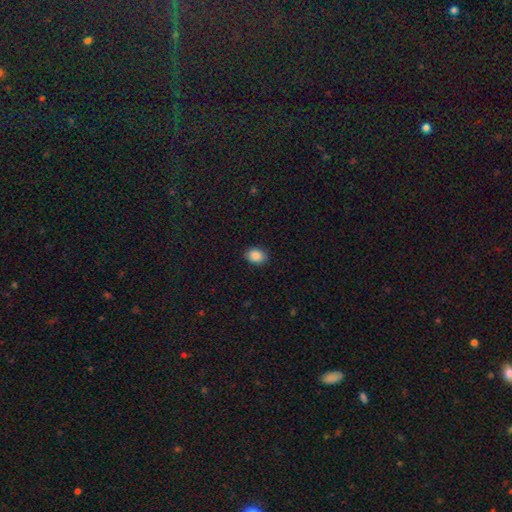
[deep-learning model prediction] smooth-or-featured: smooth: 88% | star or artifact: 8% | featured or disk: 4%
  how-rounded: in between: 60% | round: 39% | cigar-shaped: 1%
  merging: none: 88% | minor disturbance: 9% | major disturbance: 2% | merger: 1%